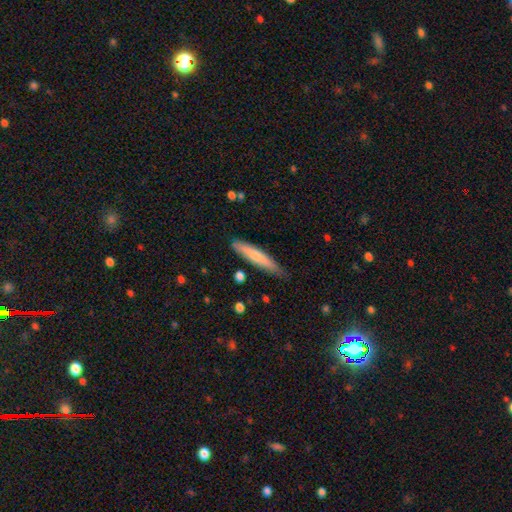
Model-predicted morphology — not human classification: Smooth or featured?
  - smooth: 67% *
  - featured or disk: 27%
  - star or artifact: 6%
How rounded?
  - cigar-shaped: 91% *
  - in between: 8%
  - round: 1%
Merging?
  - none: 79% *
  - minor disturbance: 16%
  - major disturbance: 2%
  - merger: 2%